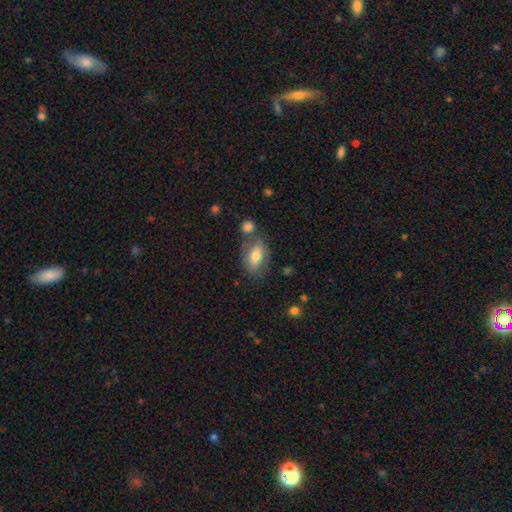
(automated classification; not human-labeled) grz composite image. It shows a smooth galaxy with no disk features (68%) that is in between round and cigar-shaped (88%). Merging: none (60%).